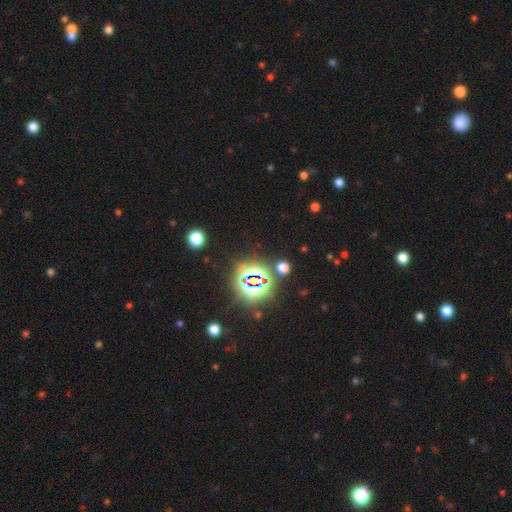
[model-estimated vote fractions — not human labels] A star or artifact, not a galaxy (85%).

Vote fractions:
- Smooth or featured? star or artifact: 85% / smooth: 10% / featured or disk: 6%